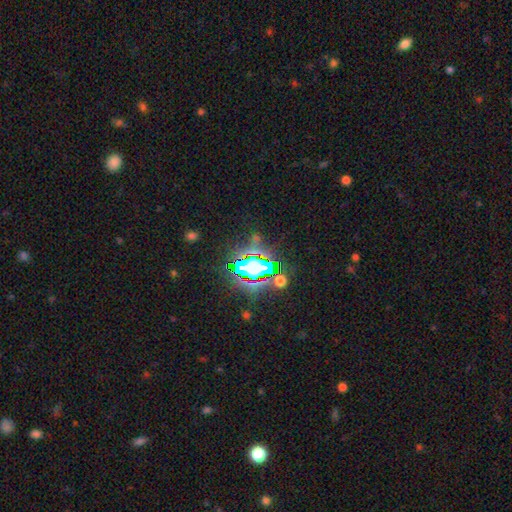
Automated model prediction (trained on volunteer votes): smooth-or-featured: star or artifact: 83% | smooth: 10% | featured or disk: 7%